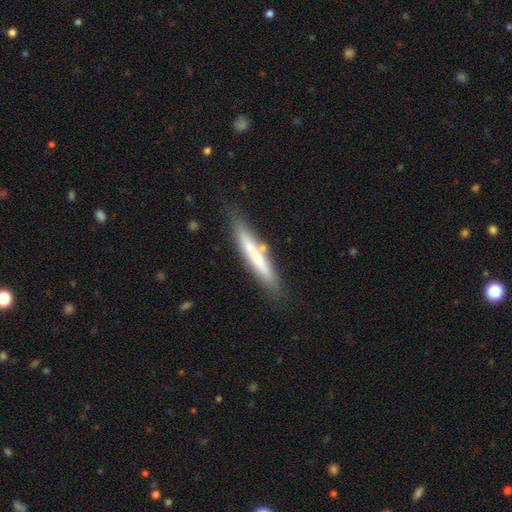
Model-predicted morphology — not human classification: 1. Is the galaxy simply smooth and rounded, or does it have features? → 55% smooth, 38% featured or disk, 7% star or artifact.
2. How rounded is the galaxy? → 93% cigar-shaped, 6% in between, 1% round.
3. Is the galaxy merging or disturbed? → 76% none, 13% minor disturbance, 8% merger, 3% major disturbance.